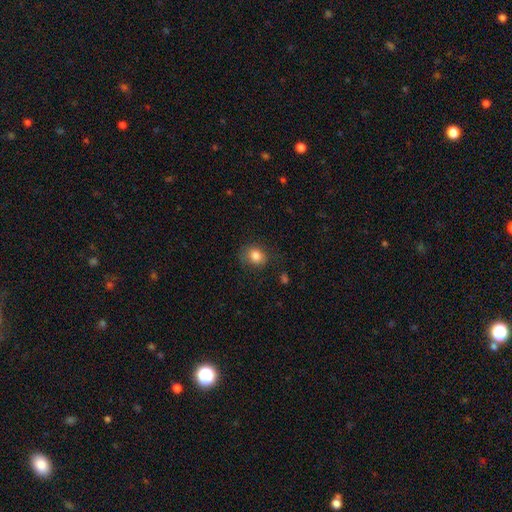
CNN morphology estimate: This is clearly a smooth galaxy (82%). How rounded: possibly round (58%). Merging: likely none (74%).